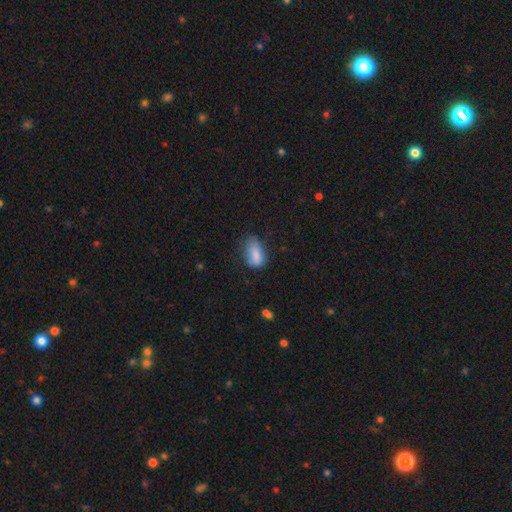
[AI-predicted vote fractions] Overall: smooth (82%). How rounded: in between (89%). Merging: none (44%; minor disturbance 37%).